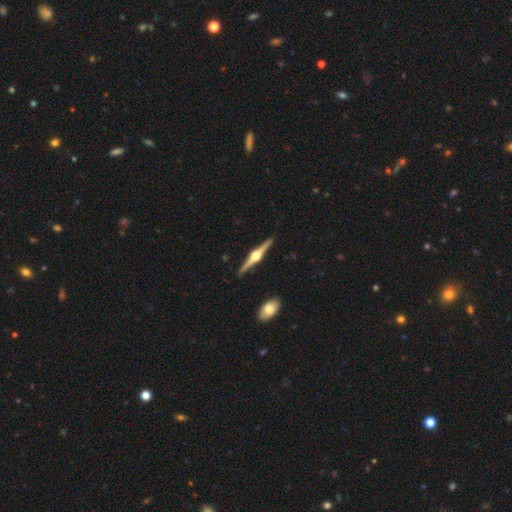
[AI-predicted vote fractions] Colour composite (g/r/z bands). It shows a featured or disk galaxy (85%) viewed edge-on (99%) with a rounded central bulge (96%). Merging: none (91%).